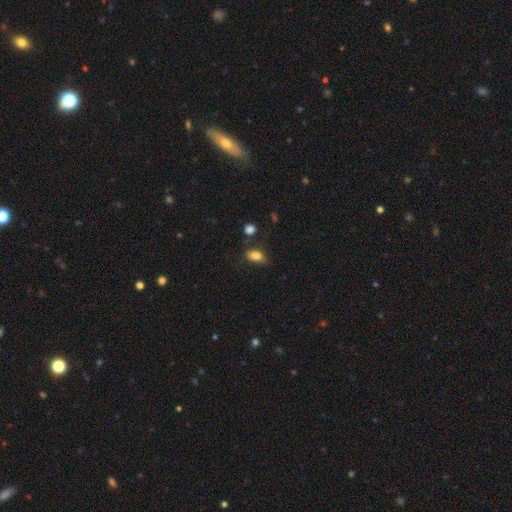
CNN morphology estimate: smooth_or_featured: smooth (p=0.81) [alt: featured or disk p=0.10]
how_rounded: in between (p=0.85) [alt: round p=0.09]
merging: none (p=0.67) [alt: minor disturbance p=0.22]